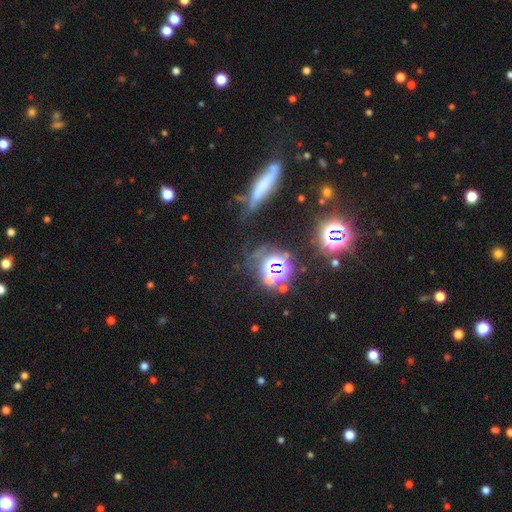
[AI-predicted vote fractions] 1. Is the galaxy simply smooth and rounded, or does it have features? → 68% star or artifact, 18% smooth, 14% featured or disk.